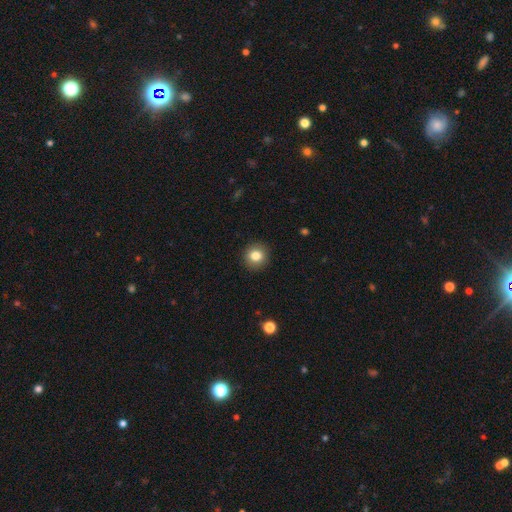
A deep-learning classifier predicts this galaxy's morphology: This appears to be a smooth galaxy with no disk features (82%) that is round (91%). Merging: none (92%).